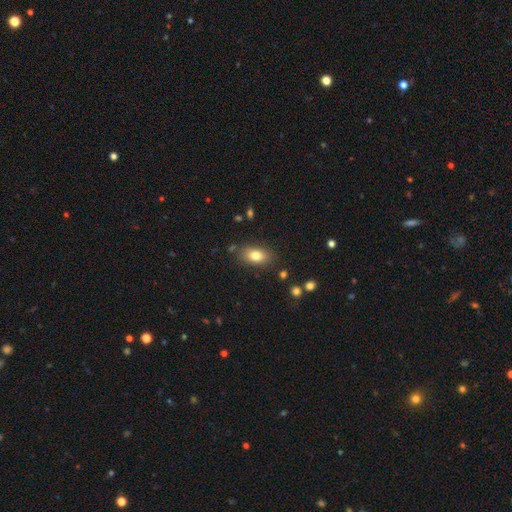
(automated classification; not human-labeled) This appears to be a smooth galaxy with no disk features (80%) that is in between round and cigar-shaped (87%). Merging: none (82%).